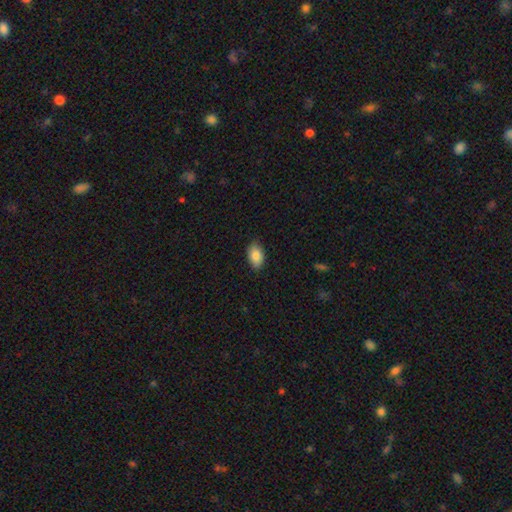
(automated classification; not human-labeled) smooth_or_featured: smooth (p=0.86) [alt: featured or disk p=0.07]
how_rounded: in between (p=0.91) [alt: round p=0.08]
merging: none (p=0.85) [alt: minor disturbance p=0.12]